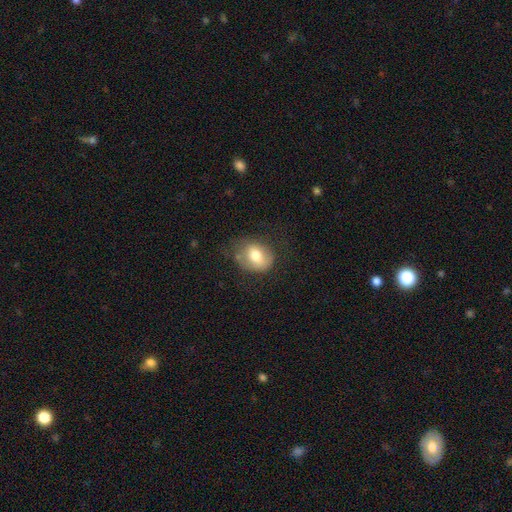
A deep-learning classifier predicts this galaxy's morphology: This is likely a smooth galaxy (70%). How rounded: possibly in between (57%). Merging: possibly none (55%).